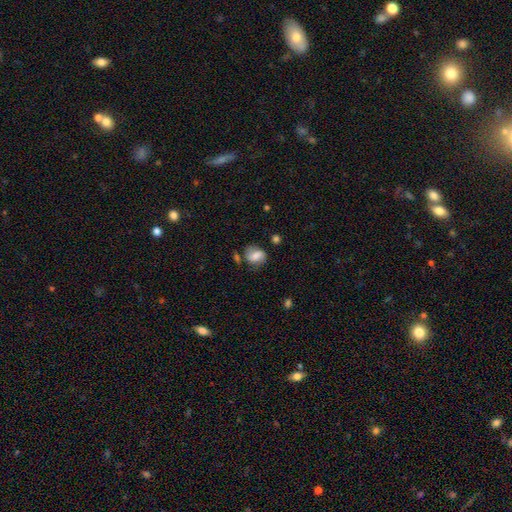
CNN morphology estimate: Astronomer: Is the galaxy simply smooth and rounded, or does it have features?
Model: smooth — 56% (runner-up: featured or disk, 35%).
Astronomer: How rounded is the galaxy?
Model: in between — 52% (runner-up: round, 47%).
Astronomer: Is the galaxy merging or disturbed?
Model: none — 59%.